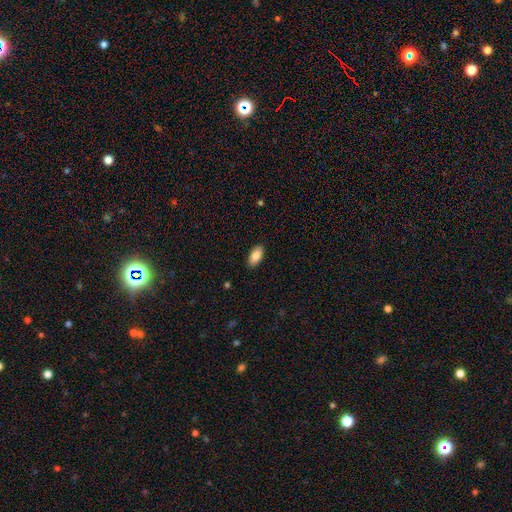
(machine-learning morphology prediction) Smooth or featured?
  - smooth: 83% *
  - featured or disk: 10%
  - star or artifact: 7%
How rounded?
  - in between: 91% *
  - cigar-shaped: 6%
  - round: 2%
Merging?
  - none: 90% *
  - minor disturbance: 8%
  - major disturbance: 2%
  - merger: 1%